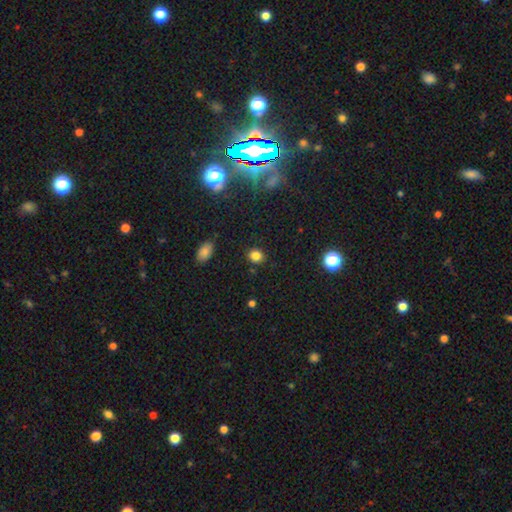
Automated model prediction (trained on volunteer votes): Smooth or featured?
  - smooth: 81% *
  - star or artifact: 14%
  - featured or disk: 5%
How rounded?
  - round: 70% *
  - in between: 29%
  - cigar-shaped: 1%
Merging?
  - none: 87% *
  - minor disturbance: 9%
  - major disturbance: 3%
  - merger: 2%